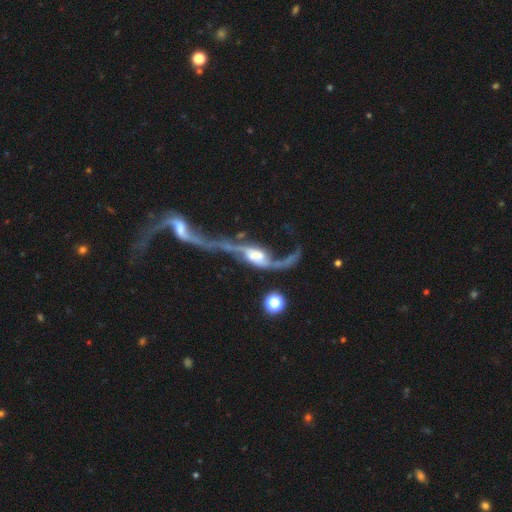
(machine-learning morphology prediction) Smooth or featured: featured or disk — 84% (smooth — 10%)
Edge-on disk: no — 88% (yes — 12%)
Bar: no — 45% (weak — 33%)
Spiral arms: yes — 91% (no — 9%)
Spiral winding: loose — 91% (medium — 7%)
Spiral arm count: 2 — 90% (1 — 5%)
Bulge size: large — 33% (moderate — 25%)
Merging: merger — 37% (major disturbance — 29%)